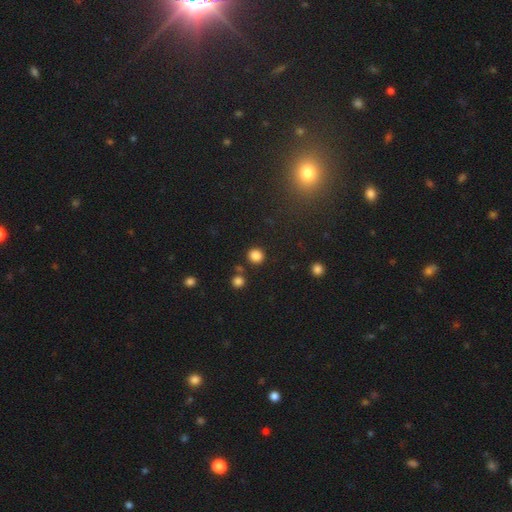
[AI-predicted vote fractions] Morphology: type=smooth (83%); roundness=round (89%); merging=none (85%).